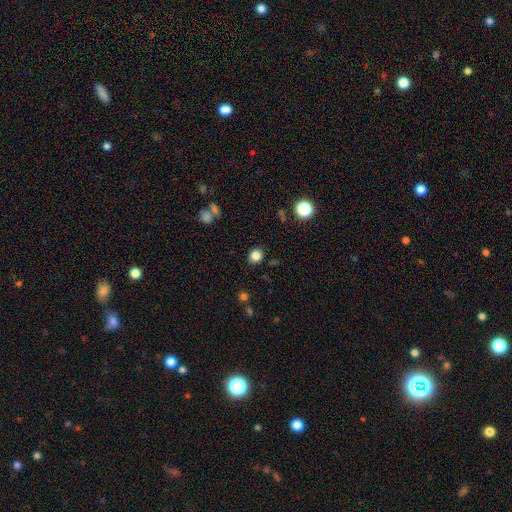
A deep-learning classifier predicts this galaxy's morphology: The model was most divided on "how rounded": round: 76%, in between: 23%, cigar-shaped: 1%. More confident: merging — none (88%); smooth or featured — smooth (83%).